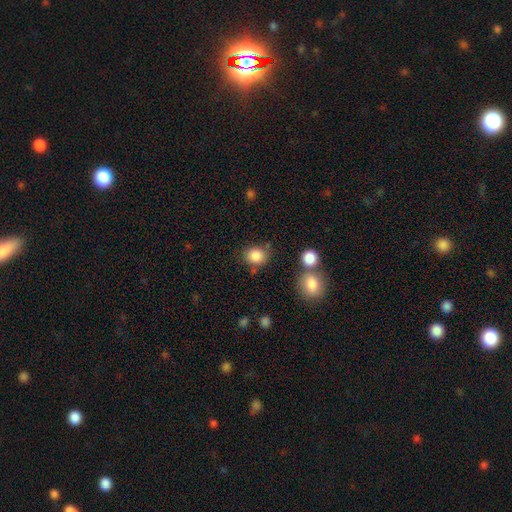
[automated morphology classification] This appears to be a smooth galaxy with no disk features (85%) that is round (68%). Merging: none (71%).